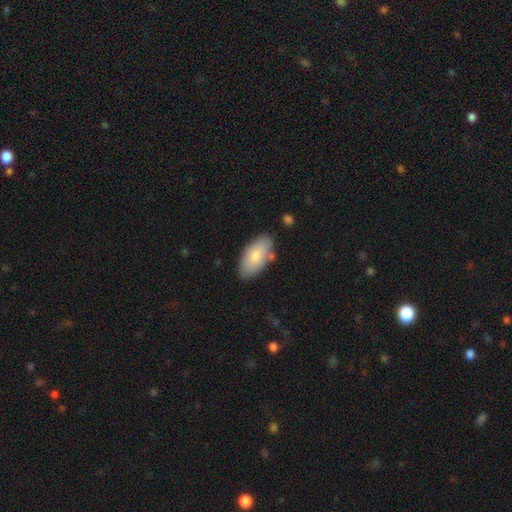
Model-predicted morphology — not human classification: Overall: smooth (76%). How rounded: in between (94%). Merging: none (77%).